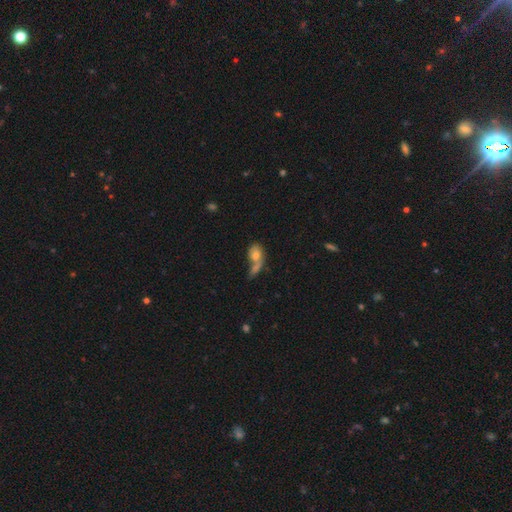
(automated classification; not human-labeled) smooth 65%, featured or disk 22%, star or artifact 12%. Down the decision tree: how rounded — in between (68%); merging — merger (49%).